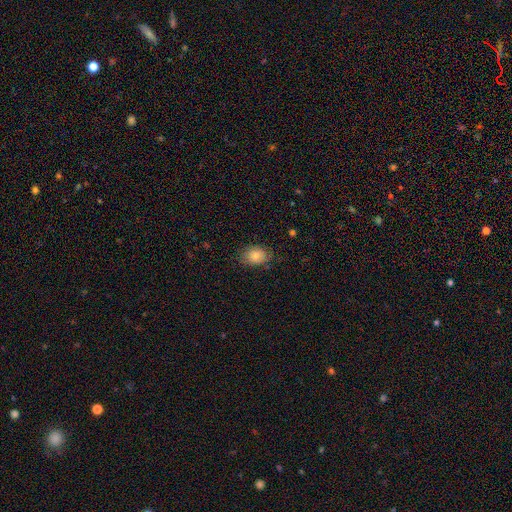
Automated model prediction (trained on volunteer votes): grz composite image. It shows a smooth galaxy with no disk features (77%) that is in between round and cigar-shaped (75%). Merging: none (73%).